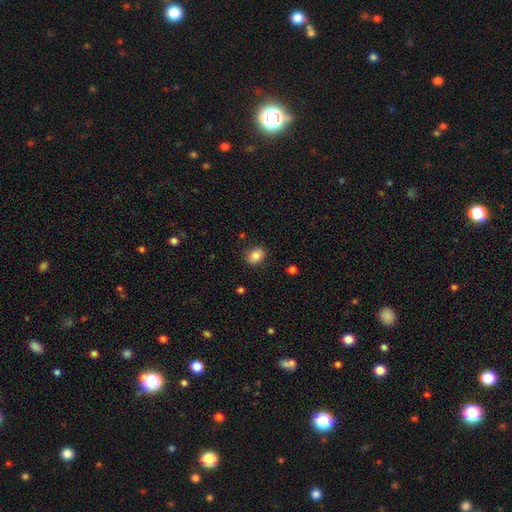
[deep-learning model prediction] smooth_or_featured: smooth (p=0.85) [alt: star or artifact p=0.09]
how_rounded: in between (p=0.65) [alt: round p=0.34]
merging: none (p=0.84) [alt: minor disturbance p=0.12]